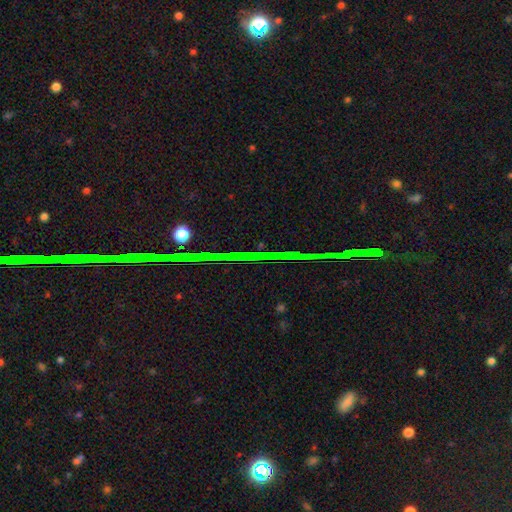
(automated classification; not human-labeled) Smooth or featured? star or artifact (85%)